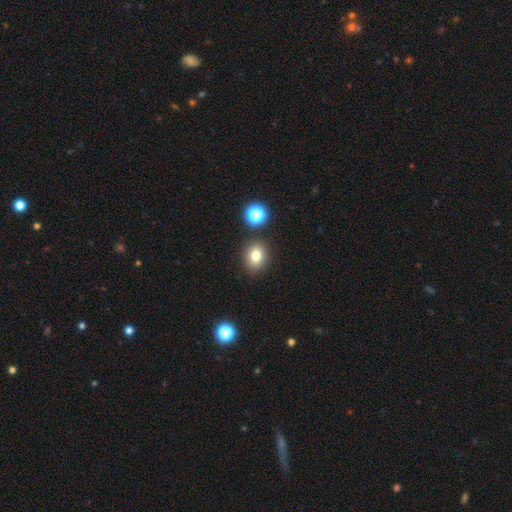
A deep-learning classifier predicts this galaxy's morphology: A smooth galaxy with no disk features (79%) that is in between round and cigar-shaped (50%). Merging: none (83%).